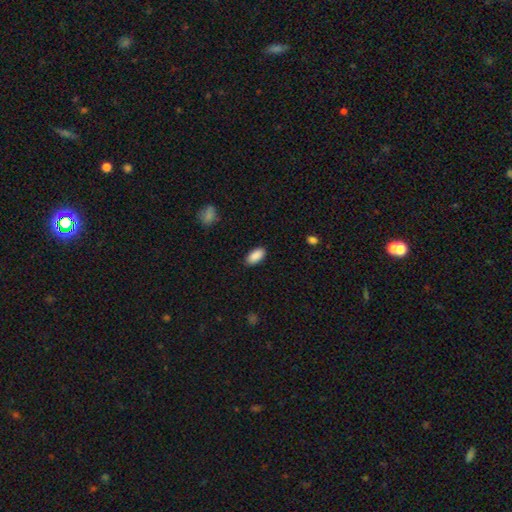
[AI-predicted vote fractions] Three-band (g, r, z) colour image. It shows a smooth galaxy with no disk features (90%) that is in between round and cigar-shaped (92%). Merging: none (88%).